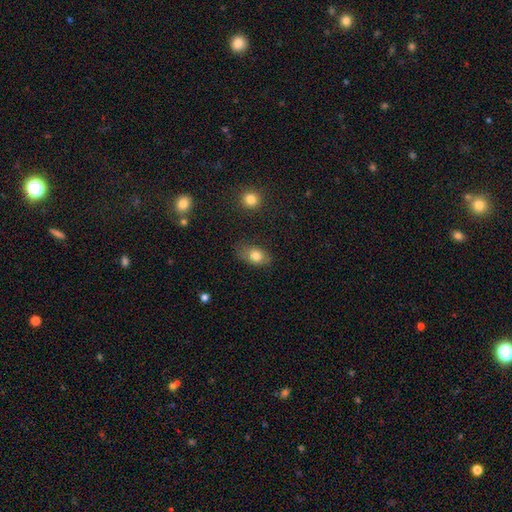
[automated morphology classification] Smooth or featured?
  - smooth: 79% *
  - featured or disk: 12%
  - star or artifact: 9%
How rounded?
  - in between: 81% *
  - round: 17%
  - cigar-shaped: 3%
Merging?
  - none: 73% *
  - minor disturbance: 20%
  - major disturbance: 5%
  - merger: 2%